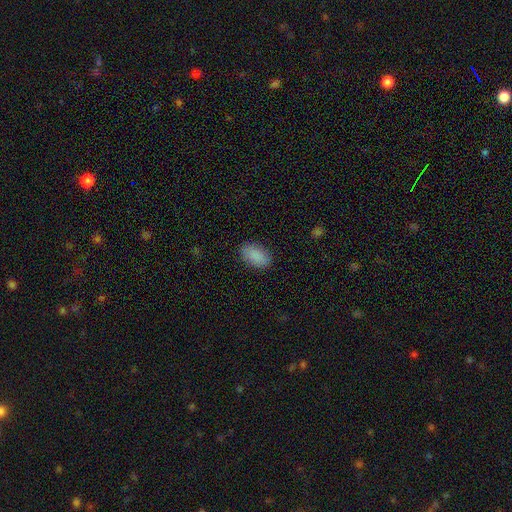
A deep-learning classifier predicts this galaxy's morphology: The model was most divided on "merging": none: 87%, minor disturbance: 10%, major disturbance: 3%, merger: 1%. More confident: how rounded — in between (90%); smooth or featured — smooth (89%).